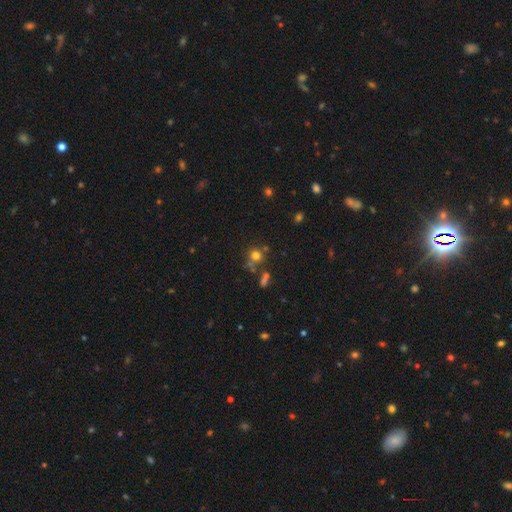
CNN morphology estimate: A smooth galaxy with no disk features (70%) that is round (87%). Merging: none (63%).